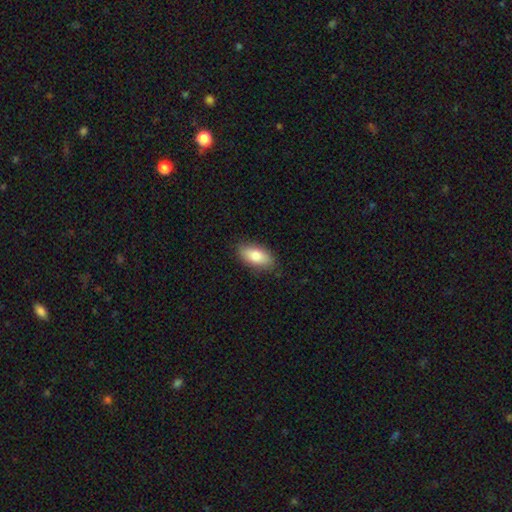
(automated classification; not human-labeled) A smooth galaxy with no disk features (82%) that is in between round and cigar-shaped (88%).

Vote fractions:
- Smooth or featured? smooth: 82% / featured or disk: 12% / star or artifact: 6%
- How rounded? in between: 88% / cigar-shaped: 9% / round: 3%
- Merging? none: 84% / minor disturbance: 12% / major disturbance: 2% / merger: 1%